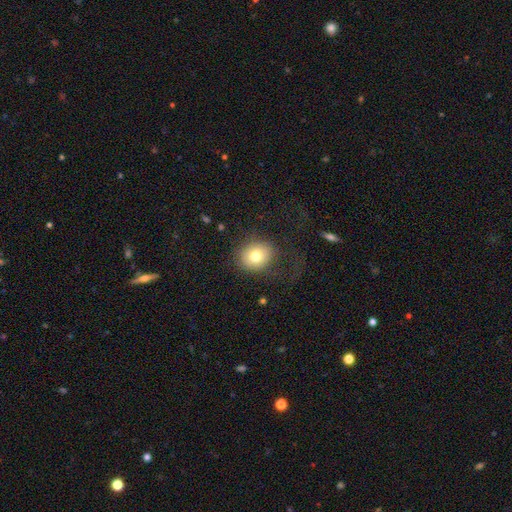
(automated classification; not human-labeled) Overall: smooth (75%). How rounded: round (72%). Merging: none (67%).